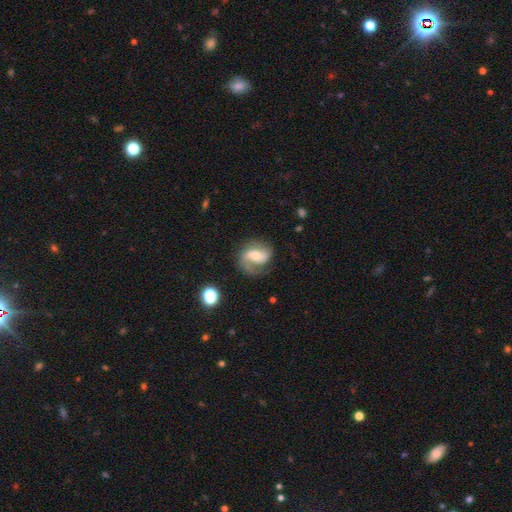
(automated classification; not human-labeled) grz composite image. It shows a featured or disk galaxy (79%) with a weak bar (43%), 2 (69%) medium (46%) spiral arms (94%) and a moderate central bulge (57%). Merging: none (67%).